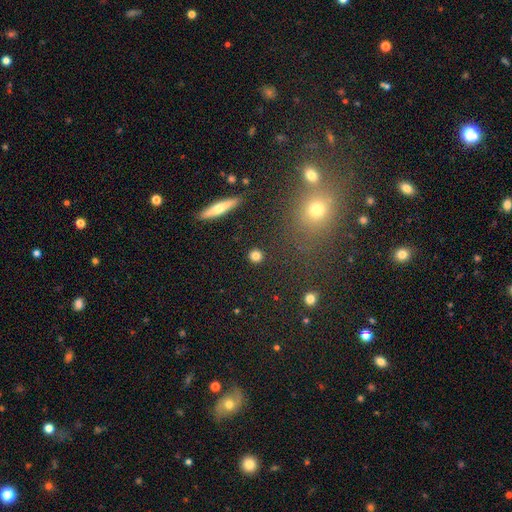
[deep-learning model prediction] smooth 82%, star or artifact 11%, featured or disk 7%. Down the decision tree: how rounded — round (89%); merging — none (91%).